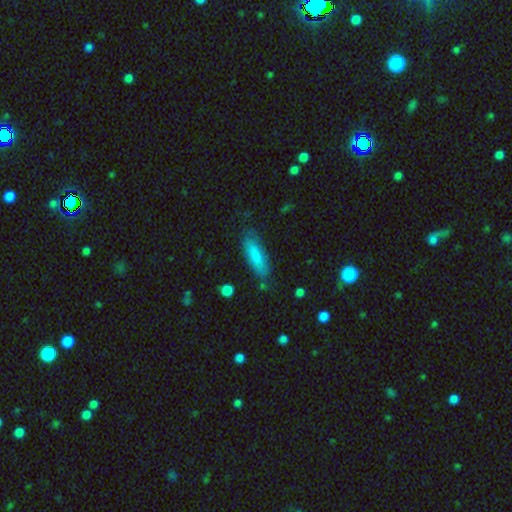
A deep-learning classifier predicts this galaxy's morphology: smooth_or_featured: smooth (p=0.82) [alt: featured or disk p=0.12]
how_rounded: cigar-shaped (p=0.51) [alt: in between p=0.47]
merging: none (p=0.78) [alt: minor disturbance p=0.16]